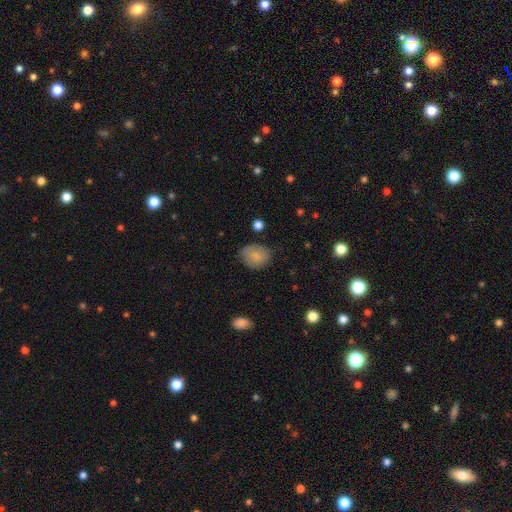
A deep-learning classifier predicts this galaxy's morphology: Smooth or featured?
  - smooth: 79% *
  - featured or disk: 14%
  - star or artifact: 7%
How rounded?
  - in between: 57% *
  - round: 42%
  - cigar-shaped: 1%
Merging?
  - none: 70% *
  - minor disturbance: 23%
  - major disturbance: 5%
  - merger: 2%